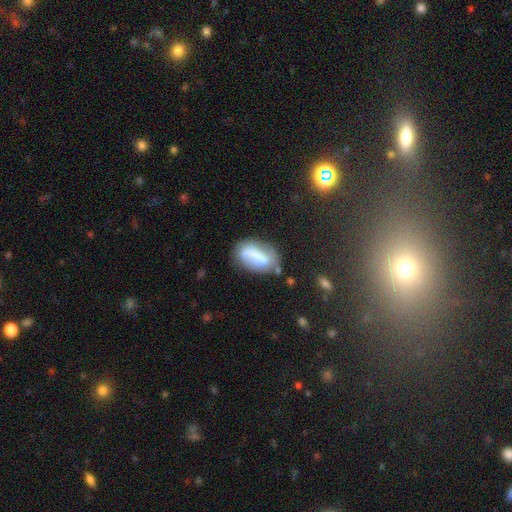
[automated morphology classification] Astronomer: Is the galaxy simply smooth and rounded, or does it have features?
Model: smooth — 51% (runner-up: featured or disk, 38%).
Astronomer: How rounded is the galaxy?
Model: in between — 85%.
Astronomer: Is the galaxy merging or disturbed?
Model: none — 61%.